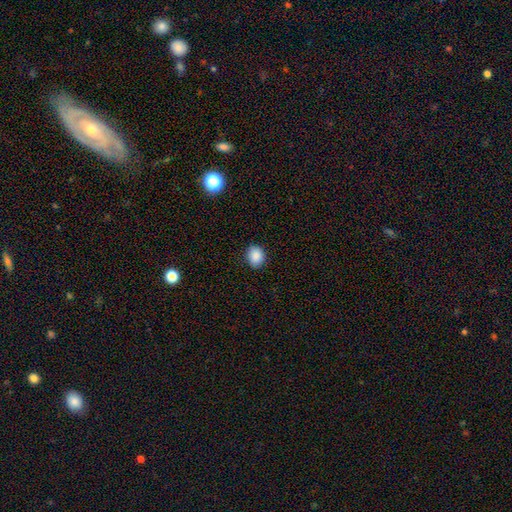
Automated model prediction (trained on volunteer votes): This appears to be a smooth galaxy with no disk features (88%) that is round (53%). Merging: none (87%).